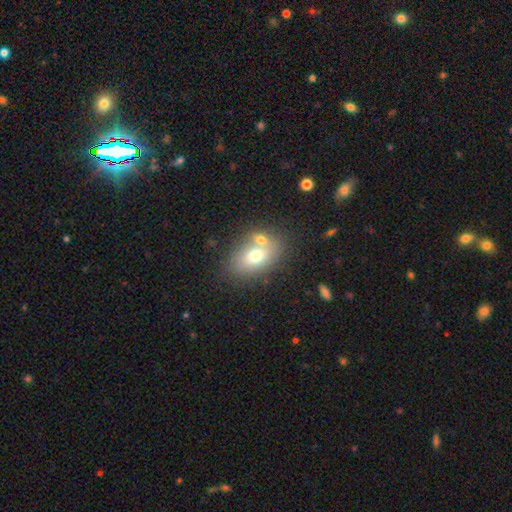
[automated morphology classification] A smooth galaxy with no disk features (68%) that is in between round and cigar-shaped (79%).

Vote fractions:
- Smooth or featured? smooth: 68% / featured or disk: 21% / star or artifact: 11%
- How rounded? in between: 79% / round: 20% / cigar-shaped: 1%
- Merging? none: 51% / merger: 32% / minor disturbance: 12% / major disturbance: 5%